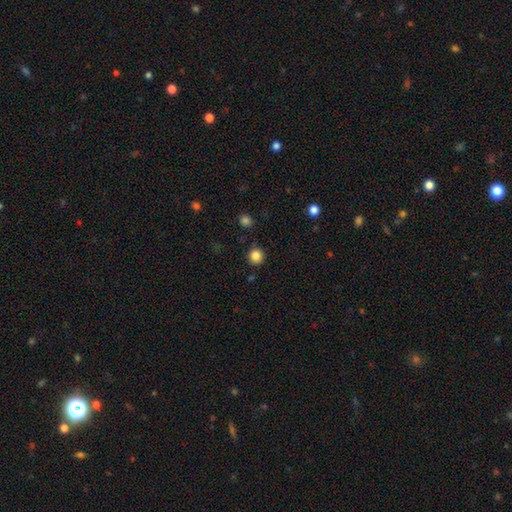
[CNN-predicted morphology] Smooth or featured?
  - smooth: 85% *
  - star or artifact: 11%
  - featured or disk: 4%
How rounded?
  - round: 93% *
  - in between: 7%
  - cigar-shaped: 1%
Merging?
  - none: 88% *
  - minor disturbance: 8%
  - major disturbance: 2%
  - merger: 2%